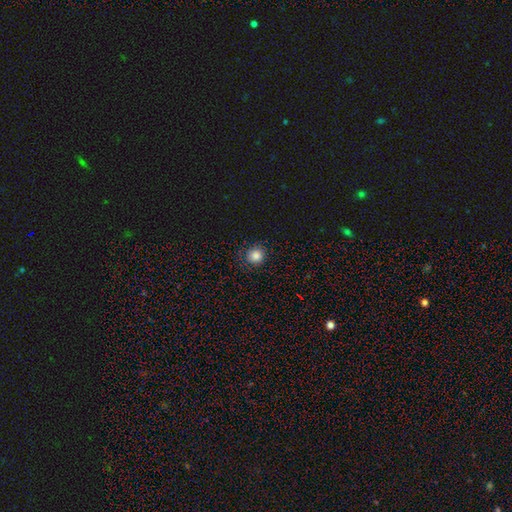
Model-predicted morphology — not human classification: type=smooth (84%); roundness=round (90%); merging=none (84%).